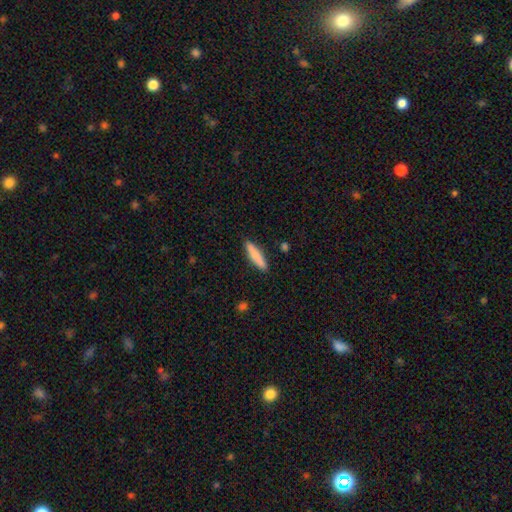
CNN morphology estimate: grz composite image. It shows a smooth galaxy with no disk features (81%) that is cigar-shaped (80%). Merging: none (88%).